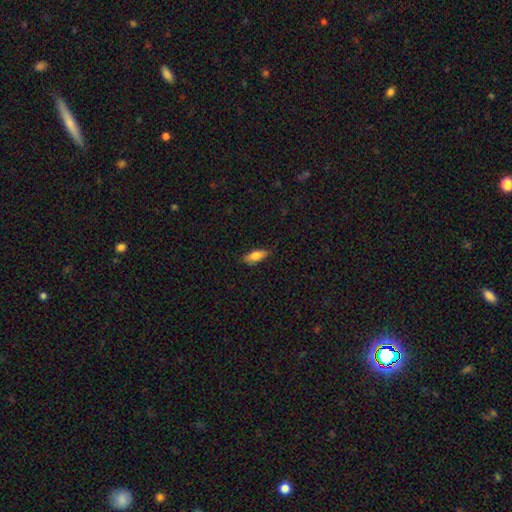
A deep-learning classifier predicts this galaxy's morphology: The model was most divided on "how rounded": in between: 69%, cigar-shaped: 29%, round: 2%. More confident: merging — none (80%); smooth or featured — smooth (79%).